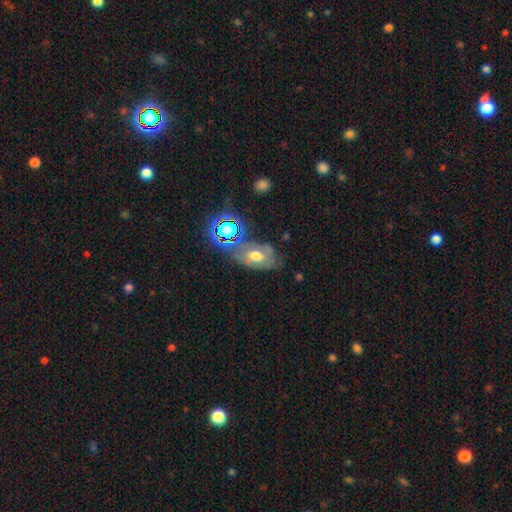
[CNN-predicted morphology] The model was most divided on "smooth or featured": smooth: 43%, featured or disk: 37%, star or artifact: 20%. More confident: merging — none (50%).